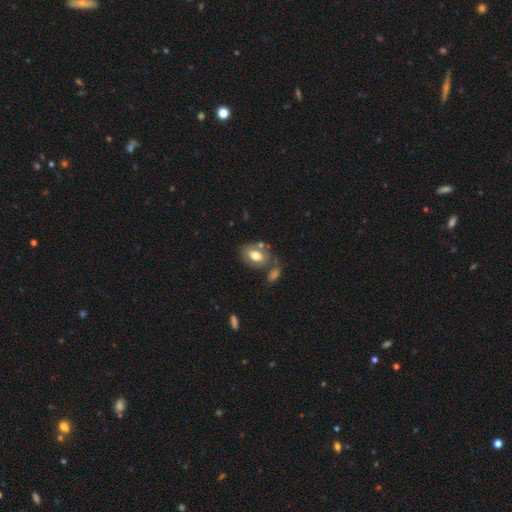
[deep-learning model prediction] smooth-or-featured: smooth: 67% | featured or disk: 25% | star or artifact: 8%
  how-rounded: in between: 83% | round: 15% | cigar-shaped: 2%
  merging: none: 55% | merger: 23% | minor disturbance: 16% | major disturbance: 7%